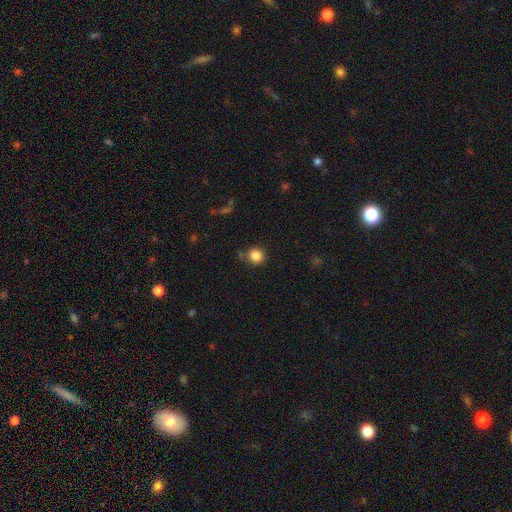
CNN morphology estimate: A smooth galaxy with no disk features (85%) that is round (92%).

Vote fractions:
- Smooth or featured? smooth: 85% / star or artifact: 10% / featured or disk: 4%
- How rounded? round: 92% / in between: 7% / cigar-shaped: 1%
- Merging? none: 78% / minor disturbance: 12% / merger: 6% / major disturbance: 4%